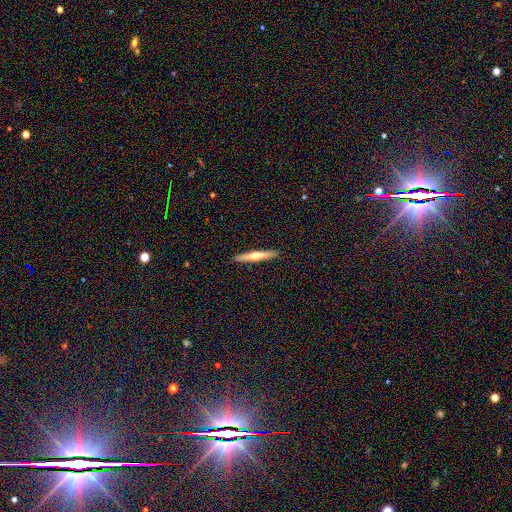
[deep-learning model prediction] smooth-or-featured: featured or disk: 50% | smooth: 44% | star or artifact: 6%
  disk-edge-on: yes: 96% | no: 4%
  merging: none: 92% | minor disturbance: 6% | major disturbance: 1% | merger: 1%